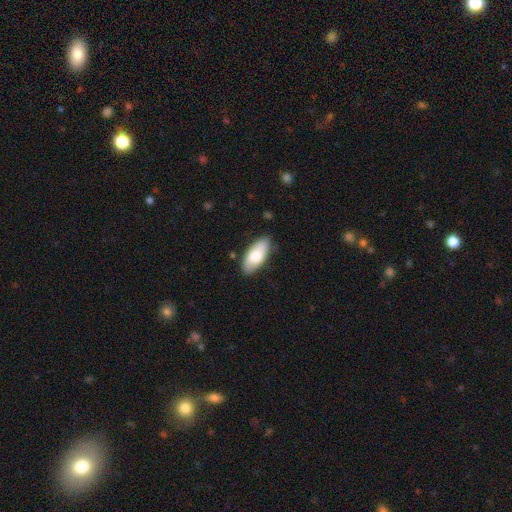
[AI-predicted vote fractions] smooth_or_featured: smooth (p=0.73) [alt: featured or disk p=0.21]
how_rounded: in between (p=0.88) [alt: cigar-shaped p=0.10]
merging: none (p=0.80) [alt: minor disturbance p=0.15]